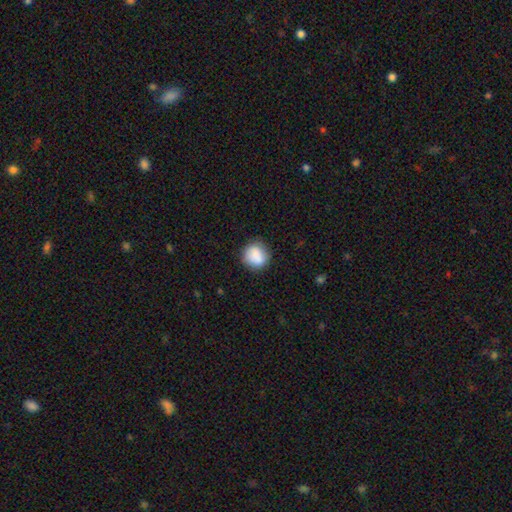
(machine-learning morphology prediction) smooth 86%, star or artifact 8%, featured or disk 6%. Down the decision tree: how rounded — round (82%); merging — none (80%).